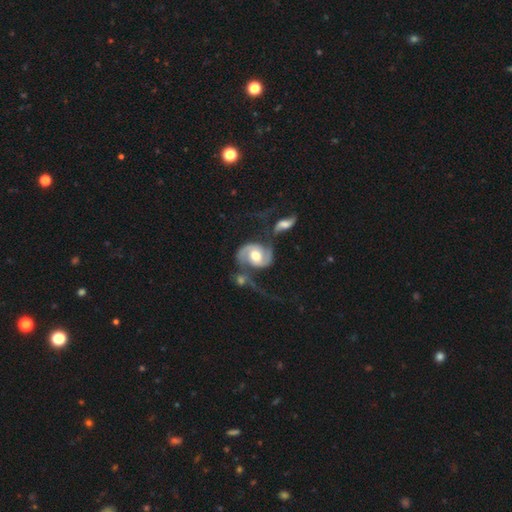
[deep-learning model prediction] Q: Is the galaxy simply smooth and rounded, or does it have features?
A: featured or disk — 88%.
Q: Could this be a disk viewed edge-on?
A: no — 98%.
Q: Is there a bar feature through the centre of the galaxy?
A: no — 47%.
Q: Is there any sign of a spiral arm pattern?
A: yes — 95%.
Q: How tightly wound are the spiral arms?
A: medium — 47%.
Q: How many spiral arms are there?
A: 2 — 91%.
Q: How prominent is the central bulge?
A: moderate — 68%.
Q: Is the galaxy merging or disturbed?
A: merger — 34%.